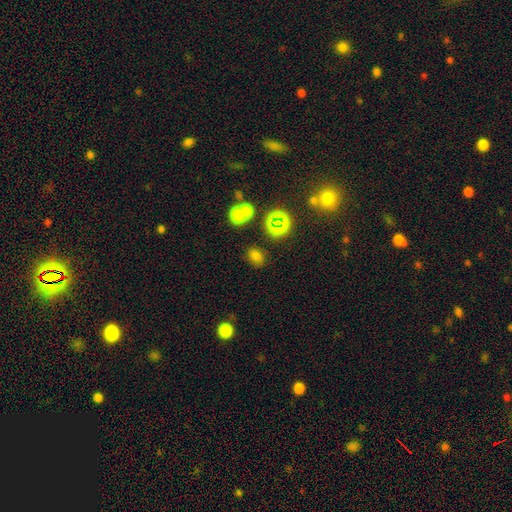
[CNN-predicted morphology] Smooth or featured? Predicted: smooth (p=0.68). How rounded? Predicted: in between (p=0.64). Merging? Predicted: none (p=0.72).